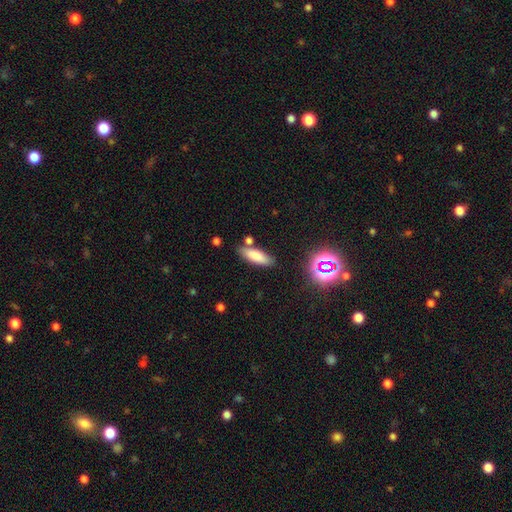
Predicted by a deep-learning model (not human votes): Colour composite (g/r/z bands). It shows a smooth galaxy with no disk features (79%) that is in between round and cigar-shaped (58%). Merging: none (76%).